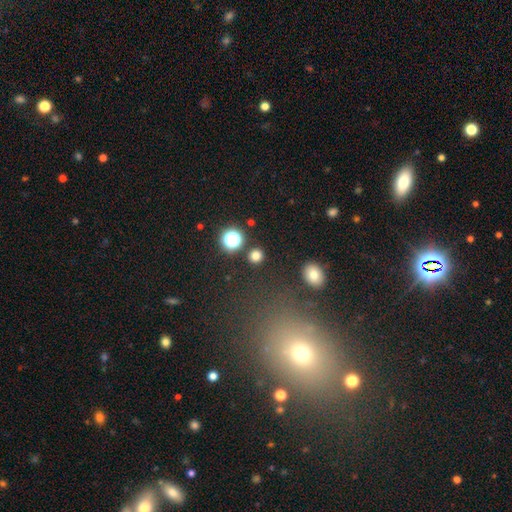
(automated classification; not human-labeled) Overall: smooth (77%). How rounded: round (91%). Merging: none (88%).